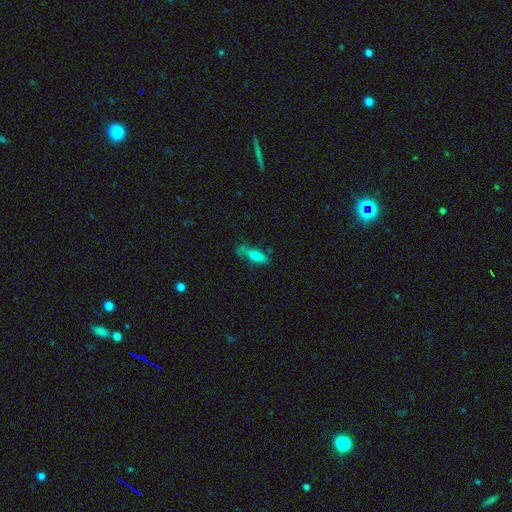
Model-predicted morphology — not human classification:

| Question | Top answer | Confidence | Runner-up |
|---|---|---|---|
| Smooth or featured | smooth | 65% | featured or disk (27%) |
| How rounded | cigar-shaped | 58% | in between (39%) |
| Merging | none | 58% | minor disturbance (27%) |